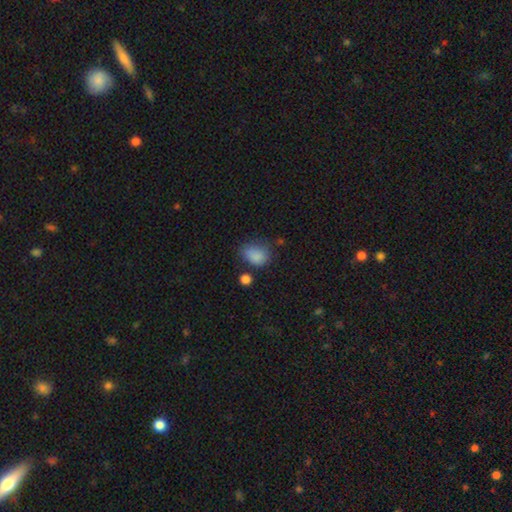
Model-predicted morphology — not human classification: Q: Smooth or featured?
A: smooth (83%); runner-up: star or artifact (11%)
Q: How rounded?
A: in between (71%); runner-up: round (28%)
Q: Merging?
A: none (52%); runner-up: minor disturbance (31%)